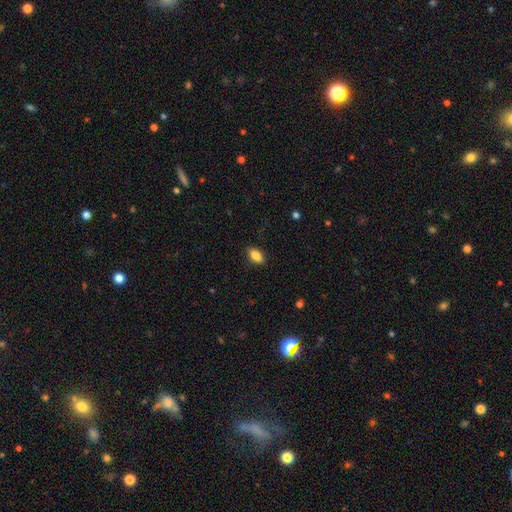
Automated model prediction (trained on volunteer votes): This is clearly a smooth galaxy (85%). How rounded: clearly in between (89%). Merging: clearly none (87%).